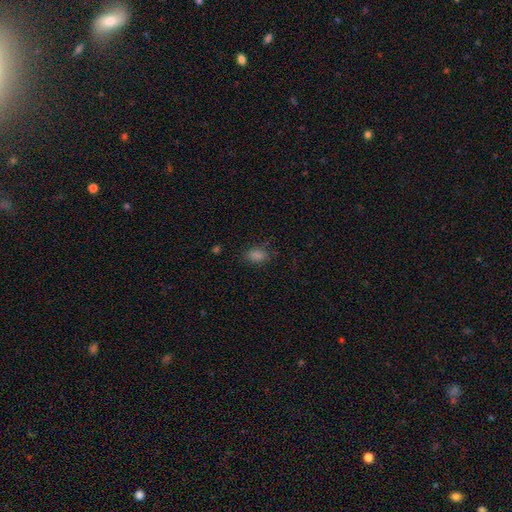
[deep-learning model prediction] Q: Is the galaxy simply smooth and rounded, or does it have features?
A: smooth — 77%.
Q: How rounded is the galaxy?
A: in between — 80%.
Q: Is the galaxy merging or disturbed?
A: none — 77%.